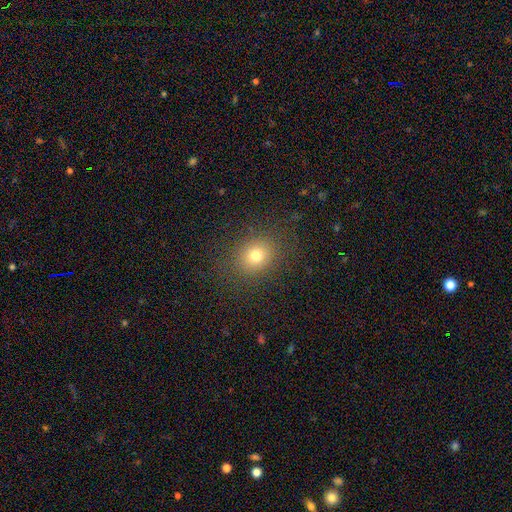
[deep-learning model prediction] smooth_or_featured: smooth (p=0.76) [alt: star or artifact p=0.15]
how_rounded: round (p=0.66) [alt: in between p=0.33]
merging: none (p=0.86) [alt: minor disturbance p=0.09]